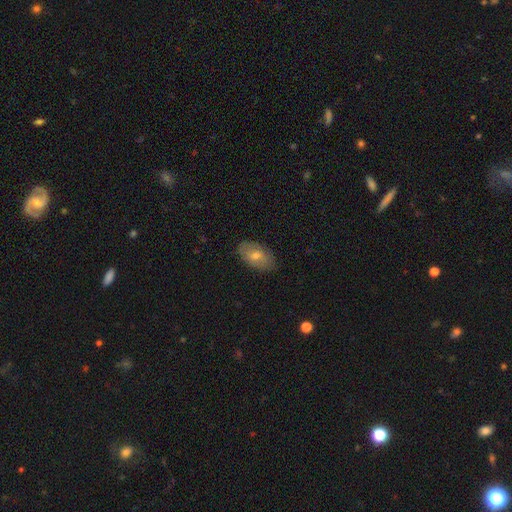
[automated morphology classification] Smooth or featured? Predicted: smooth (p=0.58). How rounded? Predicted: in between (p=0.92). Merging? Predicted: none (p=0.84).